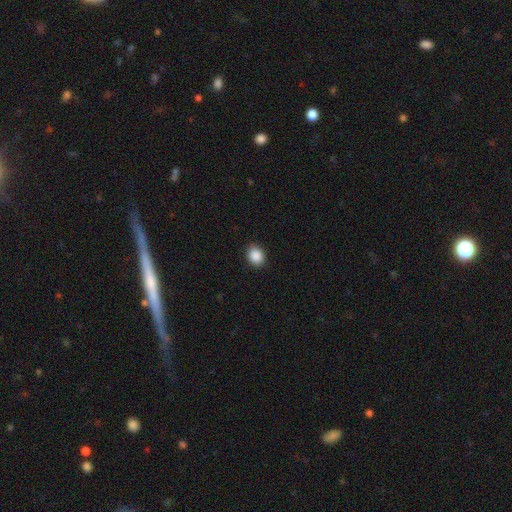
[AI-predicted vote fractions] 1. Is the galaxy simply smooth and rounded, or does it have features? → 89% smooth, 8% star or artifact, 3% featured or disk.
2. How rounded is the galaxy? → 51% in between, 48% round, 1% cigar-shaped.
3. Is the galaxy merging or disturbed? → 87% none, 10% minor disturbance, 2% major disturbance, 1% merger.